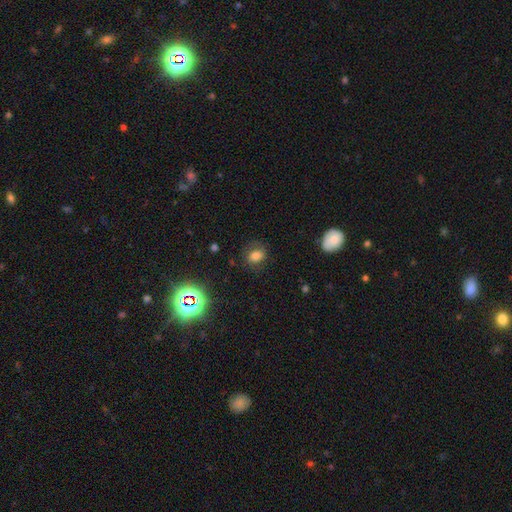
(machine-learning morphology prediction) Q: Smooth or featured?
A: smooth (64%); runner-up: featured or disk (20%)
Q: How rounded?
A: in between (57%); runner-up: round (42%)
Q: Merging?
A: none (70%); runner-up: minor disturbance (18%)